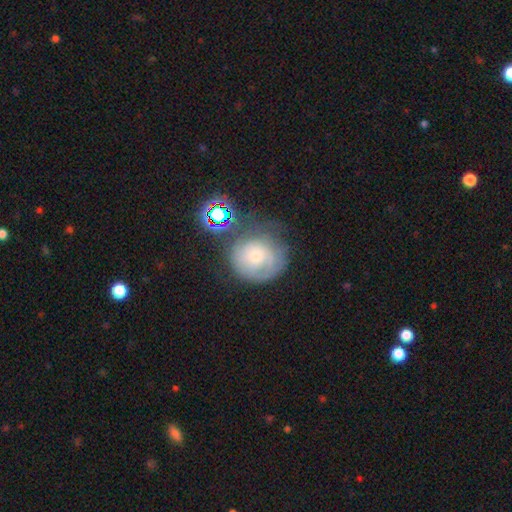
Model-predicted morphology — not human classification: A featured or disk galaxy (52%) with no bar (80%), spiral arms (74%) and a small central bulge (58%).

Vote fractions:
- Smooth or featured? featured or disk: 52% / smooth: 35% / star or artifact: 13%
- Edge-on disk? no: 97% / yes: 3%
- Bar? no: 80% / weak: 17% / strong: 3%
- Spiral arms? yes: 74% / no: 26%
- Bulge size? small: 58% / moderate: 35% / large: 3% / none: 2% / dominant: 1%
- Merging? none: 57% / minor disturbance: 23% / major disturbance: 12% / merger: 8%